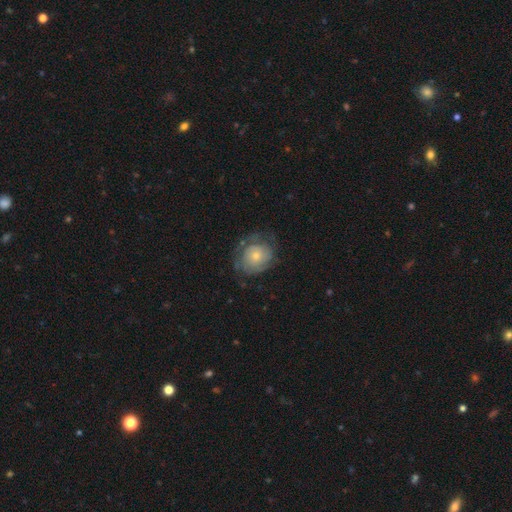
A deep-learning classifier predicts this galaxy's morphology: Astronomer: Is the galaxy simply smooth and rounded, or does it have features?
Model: featured or disk — 51% (runner-up: smooth, 42%).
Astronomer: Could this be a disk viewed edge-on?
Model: no — 97%.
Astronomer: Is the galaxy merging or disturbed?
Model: none — 58%.